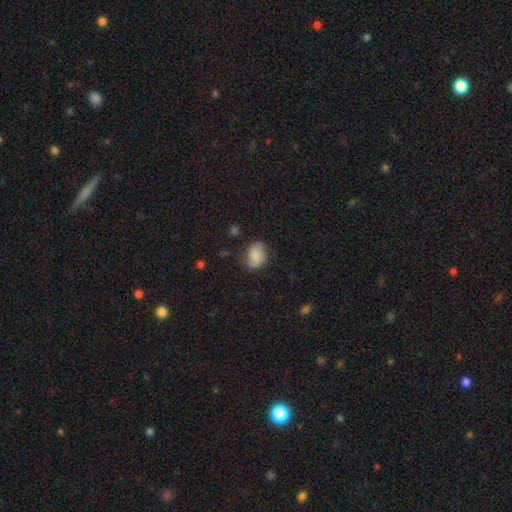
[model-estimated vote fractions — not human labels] Morphology: type=smooth (76%); roundness=in between (73%); merging=none (72%).